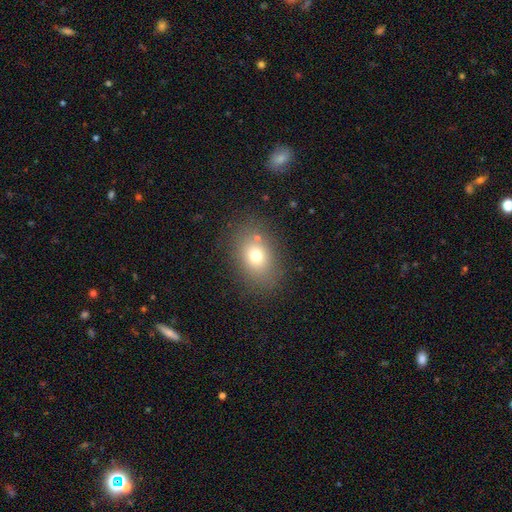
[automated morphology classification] Q: Smooth or featured?
A: smooth (72%); runner-up: star or artifact (14%)
Q: How rounded?
A: in between (63%); runner-up: round (35%)
Q: Merging?
A: none (80%); runner-up: minor disturbance (11%)